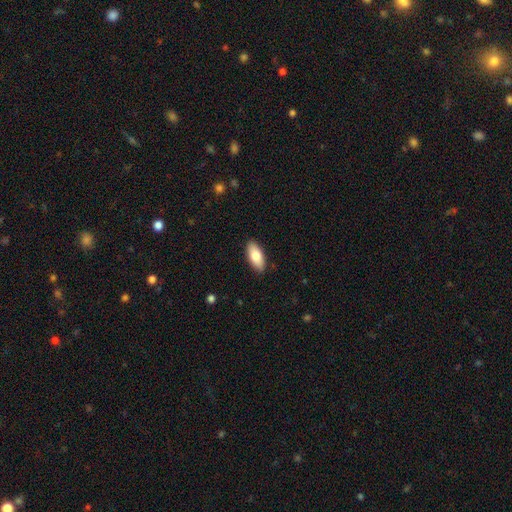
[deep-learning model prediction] Q: Smooth or featured?
A: smooth (81%); runner-up: featured or disk (13%)
Q: How rounded?
A: in between (87%); runner-up: cigar-shaped (11%)
Q: Merging?
A: none (89%); runner-up: minor disturbance (8%)